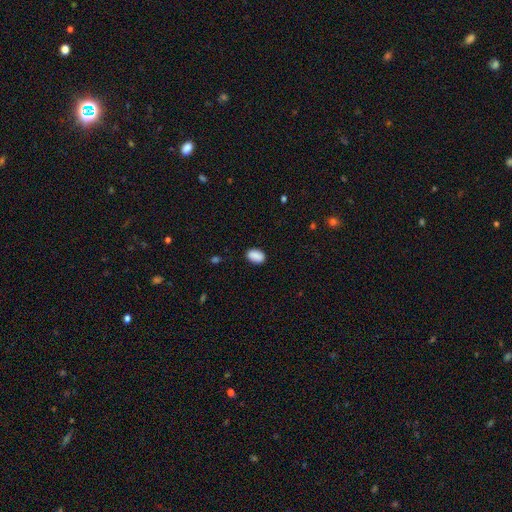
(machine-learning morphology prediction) This is clearly a smooth galaxy (90%). How rounded: clearly in between (88%). Merging: clearly none (84%).